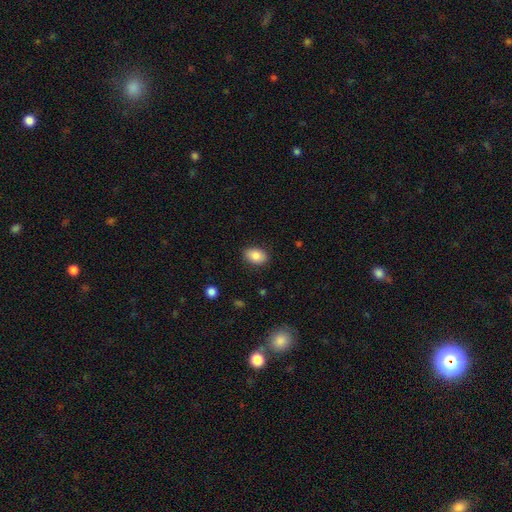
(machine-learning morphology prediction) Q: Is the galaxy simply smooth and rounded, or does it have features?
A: smooth — 86%.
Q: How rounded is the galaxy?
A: in between — 85%.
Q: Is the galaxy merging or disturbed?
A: none — 87%.